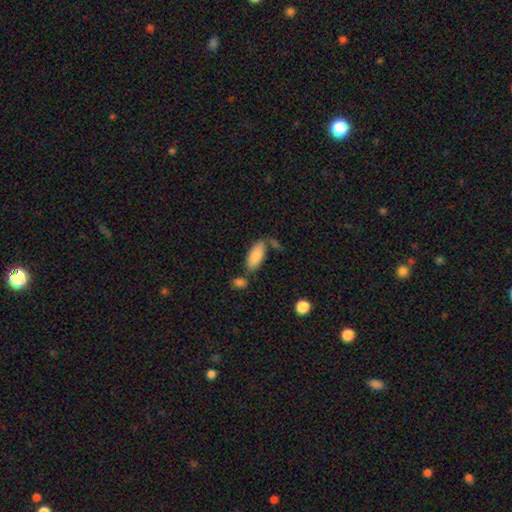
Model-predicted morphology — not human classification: type=smooth (85%); roundness=in between (85%); merging=none (62%).